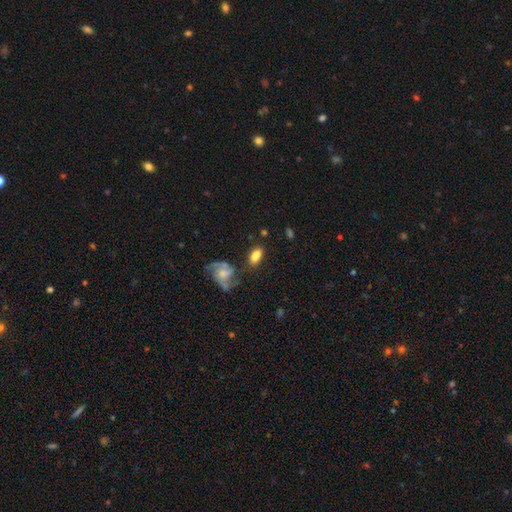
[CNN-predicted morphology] A smooth galaxy with no disk features (78%) that is in between round and cigar-shaped (88%).

Vote fractions:
- Smooth or featured? smooth: 78% / featured or disk: 14% / star or artifact: 8%
- How rounded? in between: 88% / round: 6% / cigar-shaped: 5%
- Merging? none: 68% / minor disturbance: 17% / merger: 9% / major disturbance: 7%